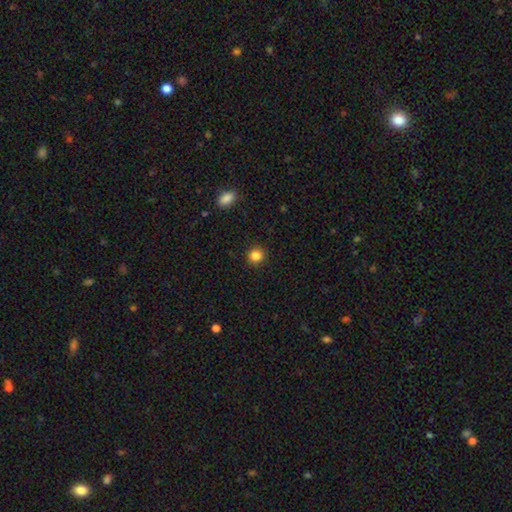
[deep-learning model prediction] Smooth or featured?
  - smooth: 85% *
  - star or artifact: 11%
  - featured or disk: 4%
How rounded?
  - round: 91% *
  - in between: 8%
  - cigar-shaped: 1%
Merging?
  - none: 91% *
  - minor disturbance: 6%
  - major disturbance: 2%
  - merger: 1%